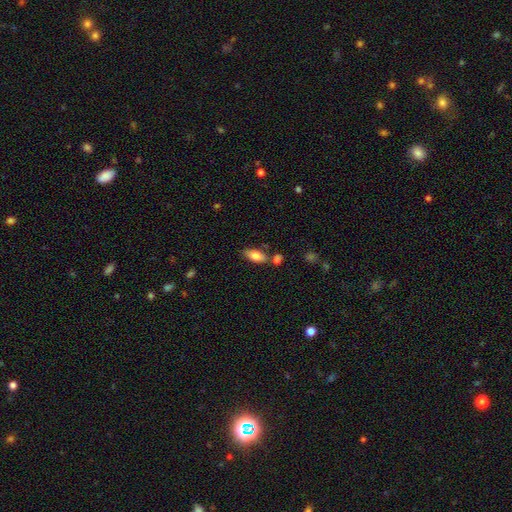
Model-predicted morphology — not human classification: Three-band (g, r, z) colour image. It shows a smooth galaxy with no disk features (80%) that is in between round and cigar-shaped (86%). Merging: none (69%).